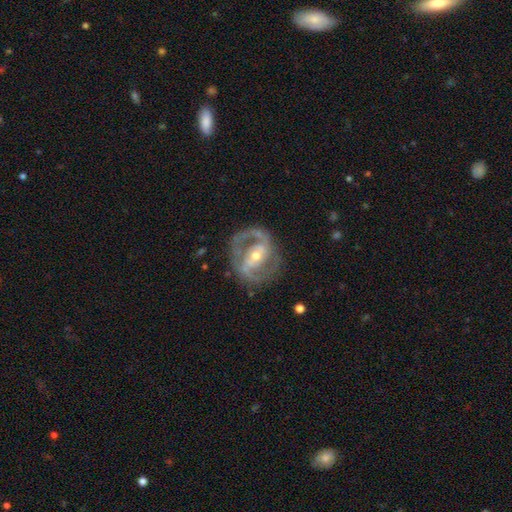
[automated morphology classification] featured or disk 87%, smooth 8%, star or artifact 5%. Down the decision tree: edge-on disk — no (96%); bar — strong (39%); spiral arms — yes (89%); spiral arm count — 2 (83%); spiral winding — medium (52%); bulge size — moderate (53%); merging — none (73%).